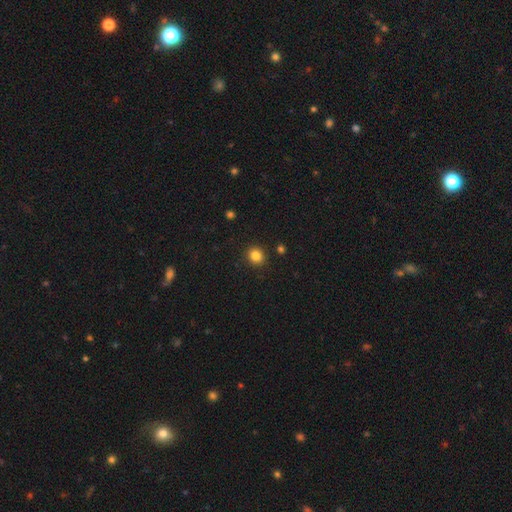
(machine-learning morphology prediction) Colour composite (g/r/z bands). It shows a smooth galaxy with no disk features (84%) that is round (82%). Merging: none (90%).